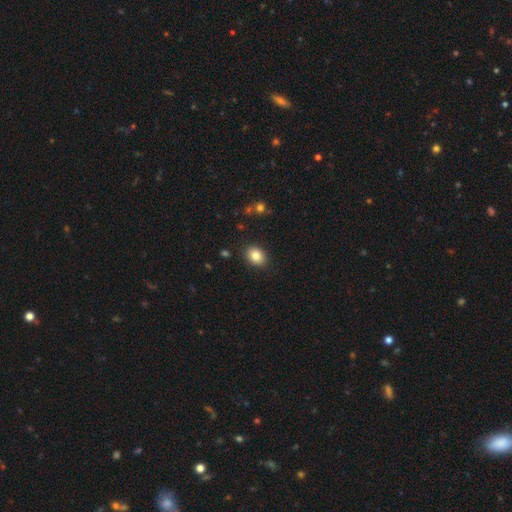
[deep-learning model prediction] A smooth galaxy with no disk features (83%) that is in between round and cigar-shaped (61%). Merging: none (88%).